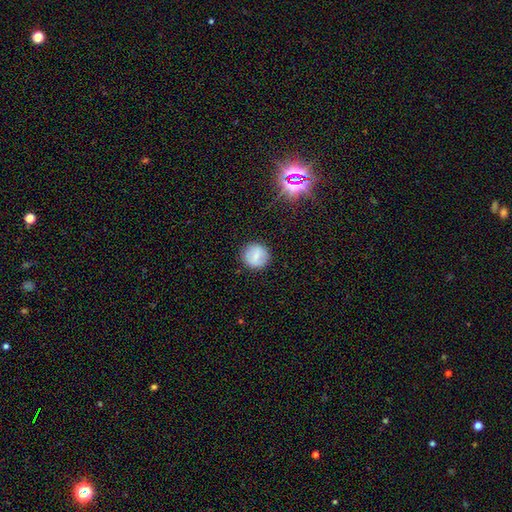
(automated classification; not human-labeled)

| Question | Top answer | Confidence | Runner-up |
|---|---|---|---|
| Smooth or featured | smooth | 66% | featured or disk (24%) |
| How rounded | round | 91% | in between (7%) |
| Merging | none | 88% | minor disturbance (8%) |